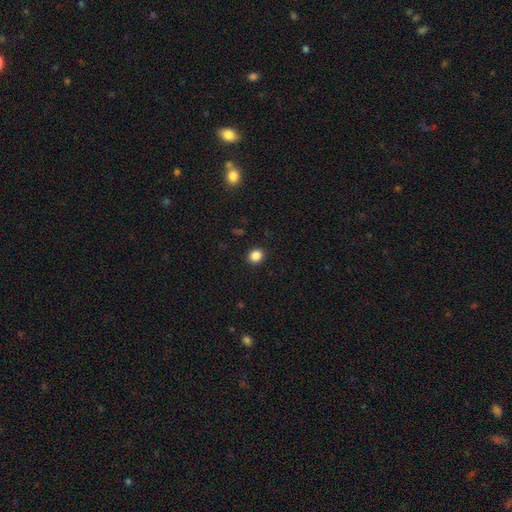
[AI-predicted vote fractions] Smooth or featured? Predicted: smooth (p=0.86). How rounded? Predicted: round (p=0.77). Merging? Predicted: none (p=0.92).